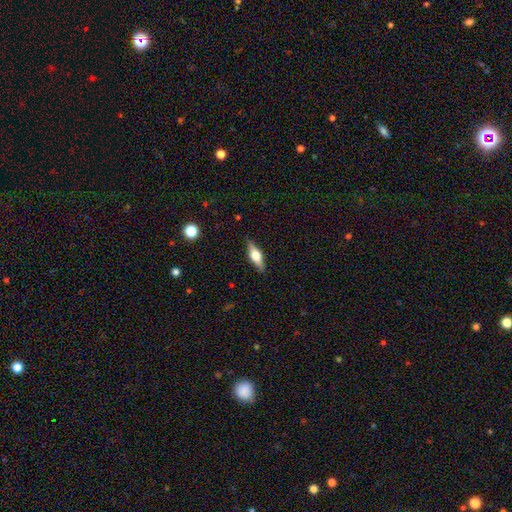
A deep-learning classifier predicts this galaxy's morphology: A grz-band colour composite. It shows a featured or disk galaxy (49%). Merging: none (87%).